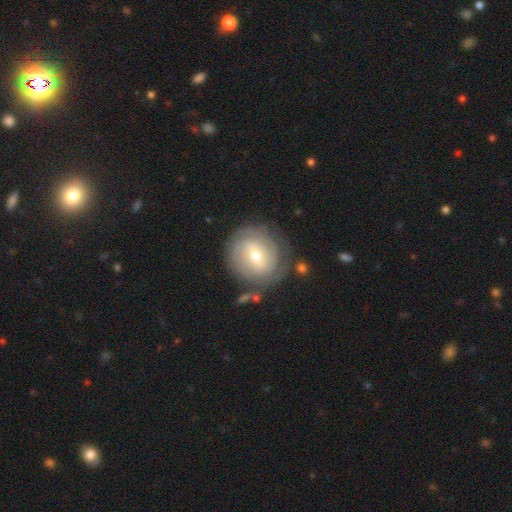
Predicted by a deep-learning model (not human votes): Q: Smooth or featured?
A: featured or disk (71%); runner-up: smooth (23%)
Q: Edge-on disk?
A: no (97%); runner-up: yes (3%)
Q: Bar?
A: weak (54%); runner-up: no (25%)
Q: Spiral arms?
A: yes (84%); runner-up: no (16%)
Q: Spiral winding?
A: tight (73%); runner-up: medium (20%)
Q: Spiral arm count?
A: can't tell (46%); runner-up: 2 (27%)
Q: Bulge size?
A: moderate (57%); runner-up: small (39%)
Q: Merging?
A: none (77%); runner-up: minor disturbance (15%)